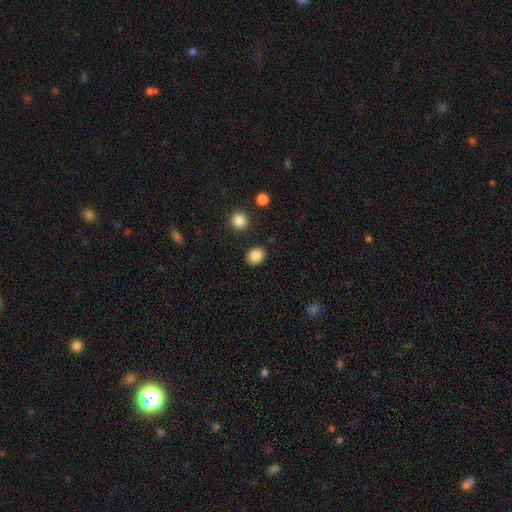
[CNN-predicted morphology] This is clearly a smooth galaxy (87%). How rounded: possibly round (52%). Merging: clearly none (87%).